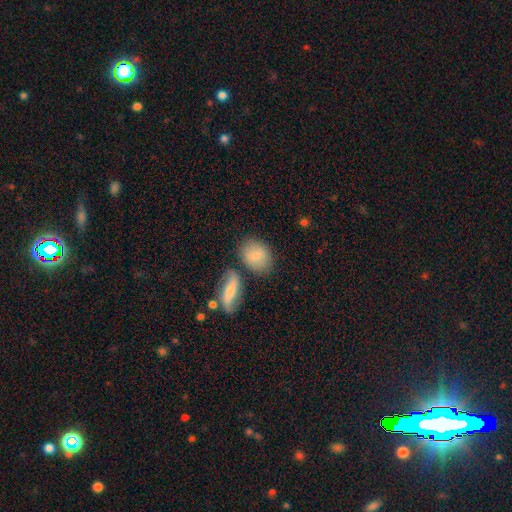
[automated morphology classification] Smooth or featured? Predicted: smooth (p=0.78). How rounded? Predicted: in between (p=0.54). Merging? Predicted: none (p=0.67).